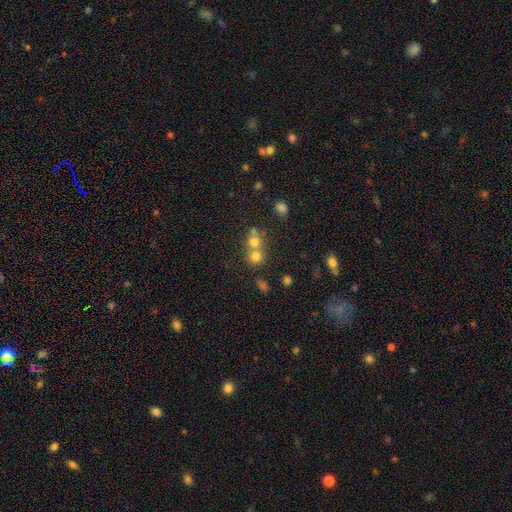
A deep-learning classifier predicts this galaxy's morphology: smooth-or-featured: smooth: 70% | star or artifact: 16% | featured or disk: 14%
  how-rounded: round: 83% | in between: 16% | cigar-shaped: 1%
  merging: merger: 55% | none: 37% | minor disturbance: 5% | major disturbance: 3%